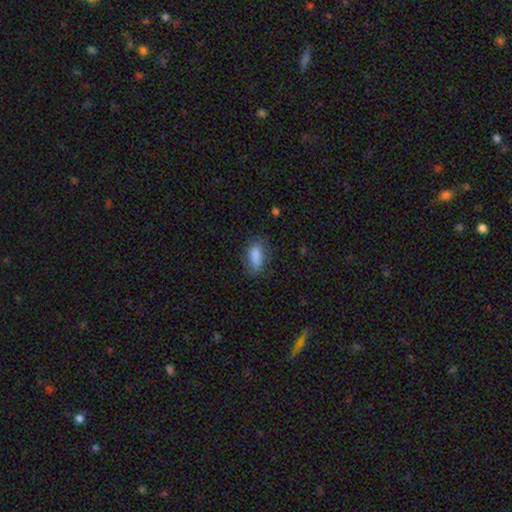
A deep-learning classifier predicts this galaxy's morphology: A smooth galaxy with no disk features (84%) that is in between round and cigar-shaped (80%).

Vote fractions:
- Smooth or featured? smooth: 84% / featured or disk: 8% / star or artifact: 8%
- How rounded? in between: 80% / cigar-shaped: 16% / round: 4%
- Merging? none: 73% / minor disturbance: 20% / major disturbance: 6% / merger: 2%